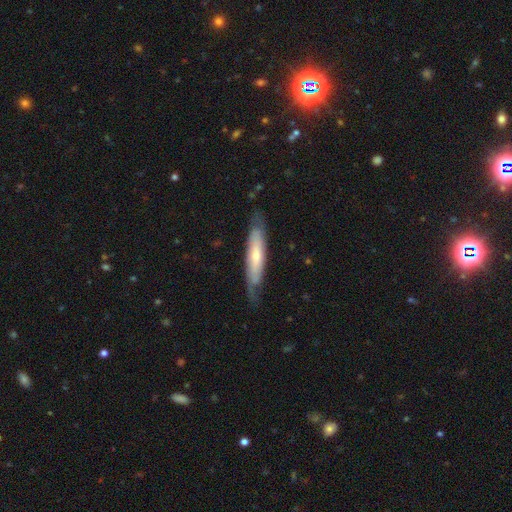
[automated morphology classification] This appears to be a featured or disk galaxy (52%) viewed edge-on (55%). Merging: none (72%).